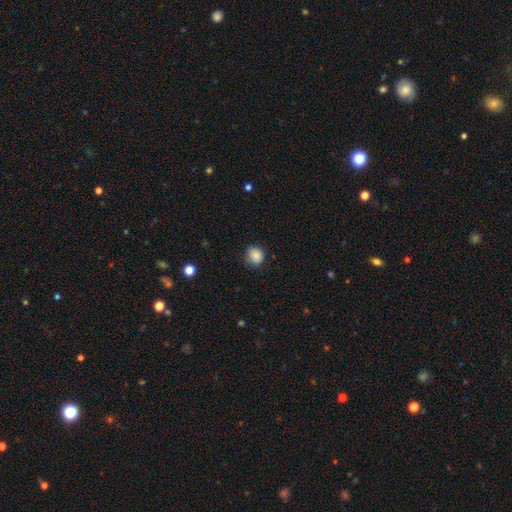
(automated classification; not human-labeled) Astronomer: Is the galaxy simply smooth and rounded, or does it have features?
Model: smooth — 86%.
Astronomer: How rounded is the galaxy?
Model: round — 69%.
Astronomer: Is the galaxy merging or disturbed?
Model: none — 76%.